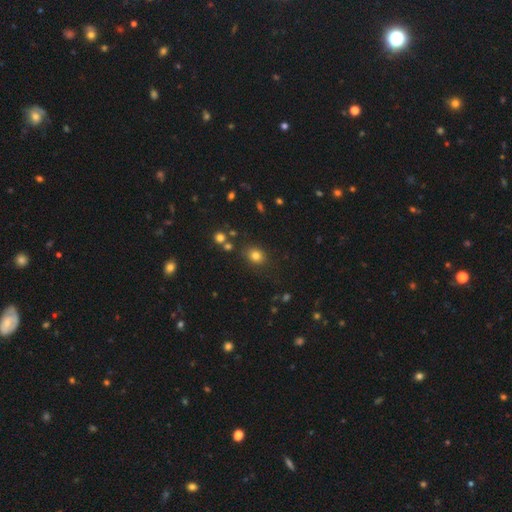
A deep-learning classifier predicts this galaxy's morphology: type=smooth (79%); roundness=round (60%); merging=none (81%).